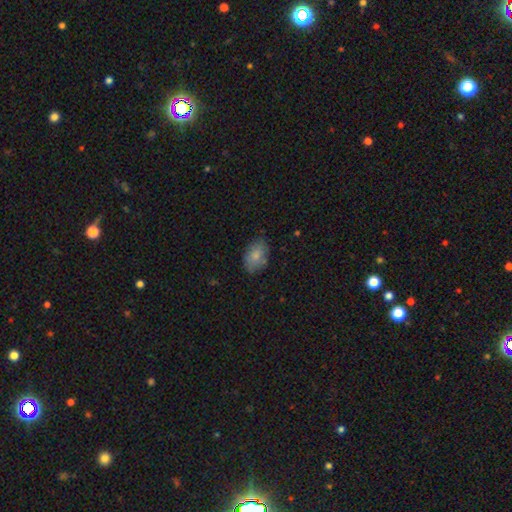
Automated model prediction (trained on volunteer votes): smooth_or_featured: smooth (p=0.81) [alt: featured or disk p=0.12]
how_rounded: in between (p=0.89) [alt: round p=0.10]
merging: none (p=0.78) [alt: minor disturbance p=0.17]